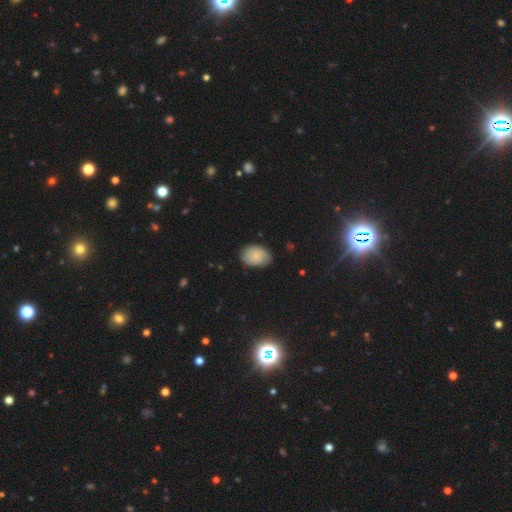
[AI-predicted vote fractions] A smooth galaxy with no disk features (74%) that is in between round and cigar-shaped (76%).

Vote fractions:
- Smooth or featured? smooth: 74% / featured or disk: 17% / star or artifact: 8%
- How rounded? in between: 76% / round: 23% / cigar-shaped: 1%
- Merging? none: 75% / minor disturbance: 20% / major disturbance: 4% / merger: 1%